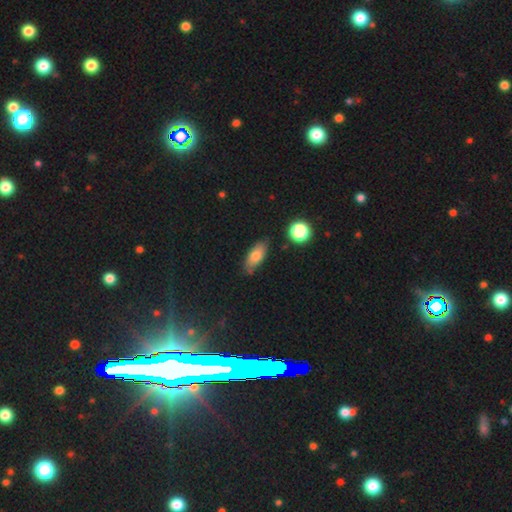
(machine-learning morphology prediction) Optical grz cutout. It shows a smooth galaxy with no disk features (73%) that is in between round and cigar-shaped (81%). Merging: none (74%).